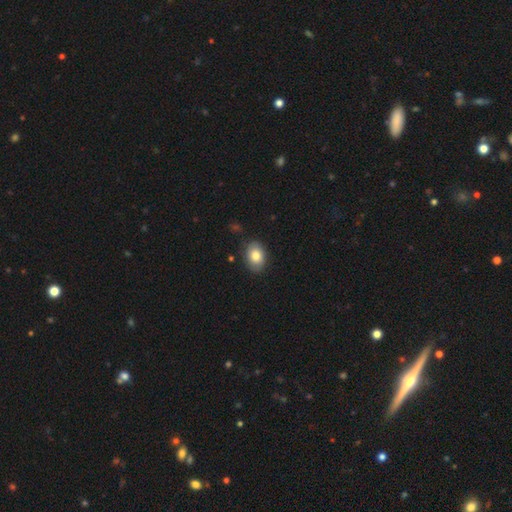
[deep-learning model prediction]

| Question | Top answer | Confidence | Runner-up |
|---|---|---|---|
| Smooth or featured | smooth | 82% | featured or disk (11%) |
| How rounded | in between | 76% | round (23%) |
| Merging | none | 84% | minor disturbance (12%) |